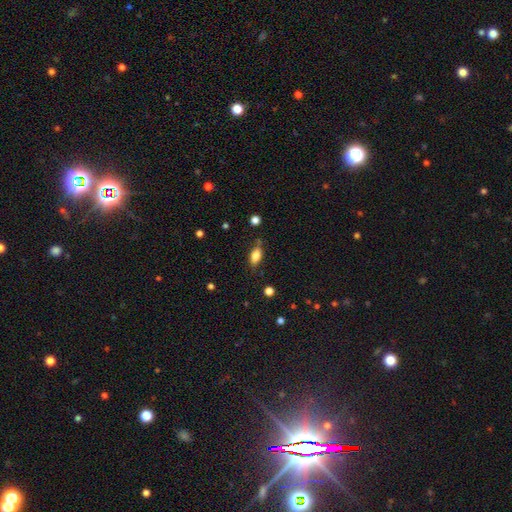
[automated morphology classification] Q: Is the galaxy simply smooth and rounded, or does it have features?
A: smooth — 77%.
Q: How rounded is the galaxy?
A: in between — 84%.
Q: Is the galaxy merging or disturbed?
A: none — 72%.